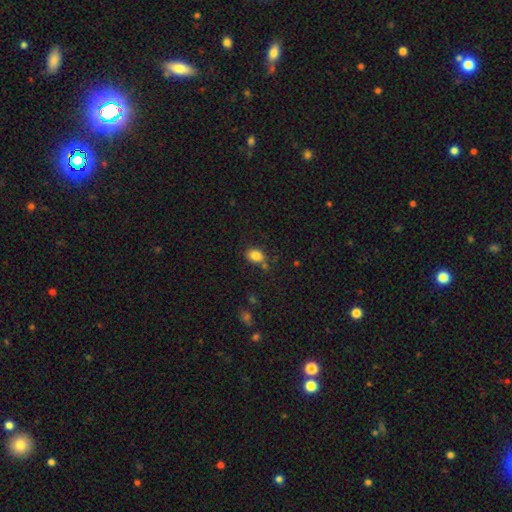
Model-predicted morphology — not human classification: The model was most divided on "how rounded": in between: 65%, round: 34%, cigar-shaped: 1%. More confident: smooth or featured — smooth (84%); merging — none (70%).